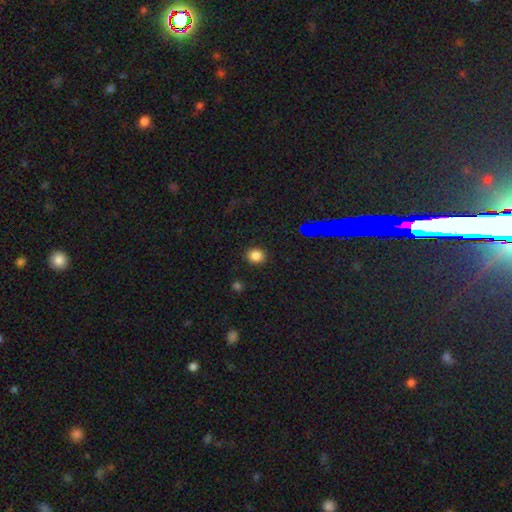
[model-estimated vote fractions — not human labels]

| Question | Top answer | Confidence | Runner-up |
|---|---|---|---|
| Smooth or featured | smooth | 83% | star or artifact (13%) |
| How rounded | round | 71% | in between (28%) |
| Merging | none | 89% | minor disturbance (7%) |